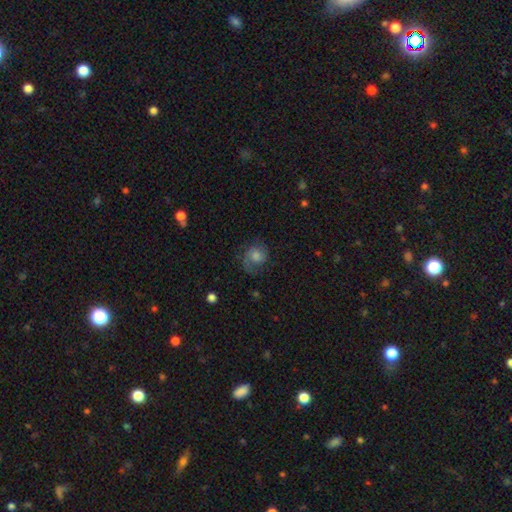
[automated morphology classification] The model was most divided on "smooth or featured": featured or disk: 50%, smooth: 37%, star or artifact: 13%. More confident: edge-on disk — no (97%); merging — none (65%).